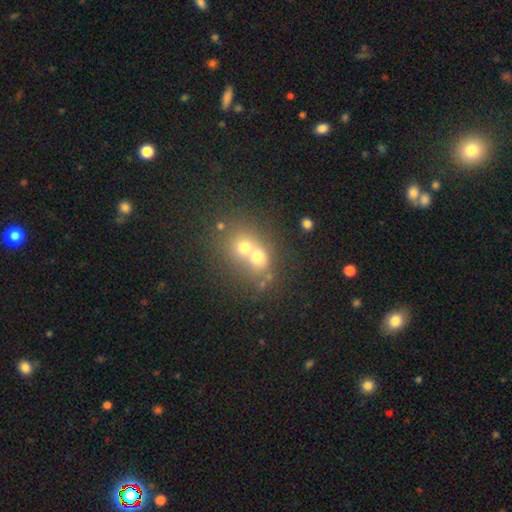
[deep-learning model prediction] Smooth or featured?
  - smooth: 61% *
  - featured or disk: 24%
  - star or artifact: 15%
How rounded?
  - round: 71% *
  - in between: 28%
  - cigar-shaped: 1%
Merging?
  - merger: 68% *
  - none: 24%
  - minor disturbance: 5%
  - major disturbance: 3%